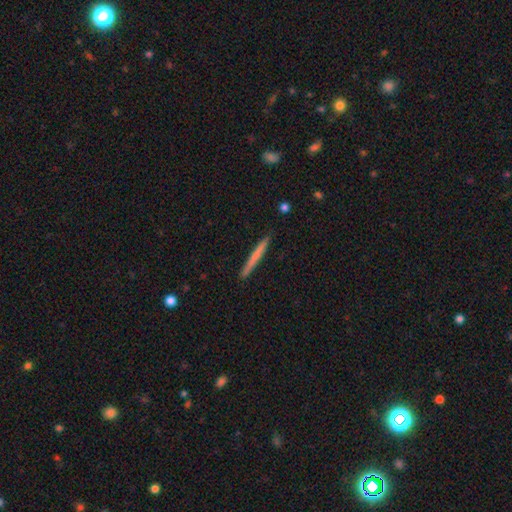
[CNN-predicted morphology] The model was most divided on "smooth or featured": smooth: 62%, featured or disk: 33%, star or artifact: 5%. More confident: how rounded — cigar-shaped (97%); merging — none (92%).